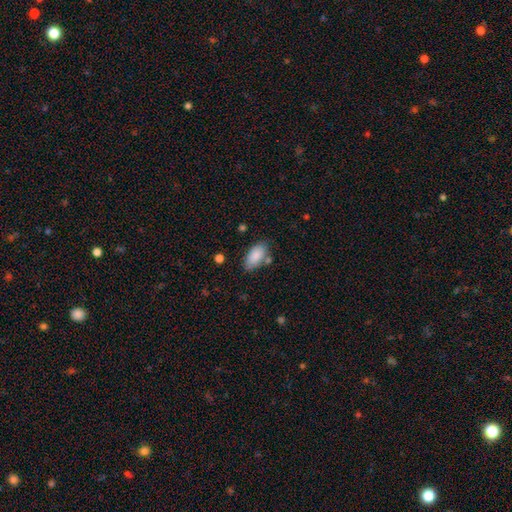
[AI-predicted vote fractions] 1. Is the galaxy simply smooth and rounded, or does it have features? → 87% smooth, 7% star or artifact, 6% featured or disk.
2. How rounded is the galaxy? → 93% in between, 4% cigar-shaped, 3% round.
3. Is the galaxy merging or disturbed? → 71% none, 17% minor disturbance, 7% merger, 4% major disturbance.